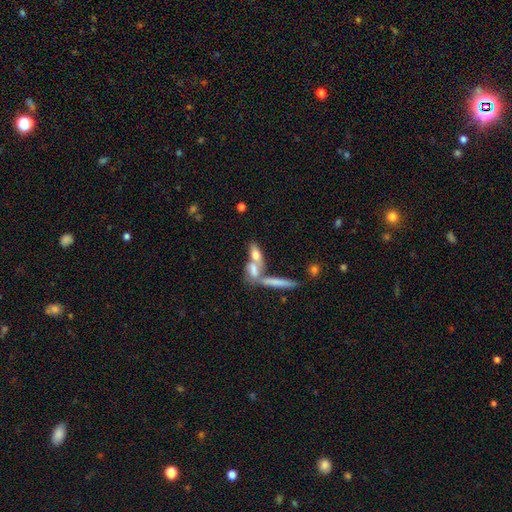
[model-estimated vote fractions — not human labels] This appears to be a smooth galaxy with no disk features (63%) that is in between round and cigar-shaped (48%). Merging: merger (49%).